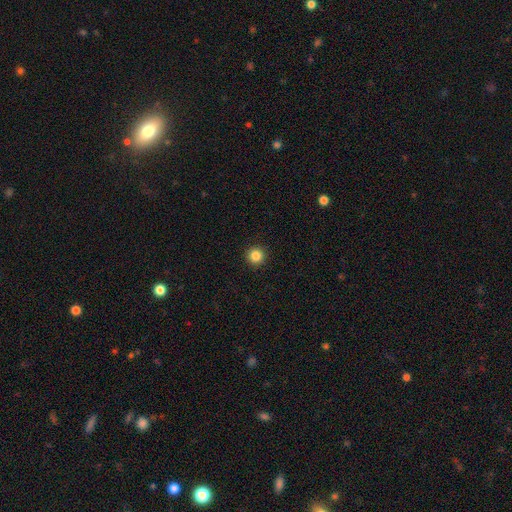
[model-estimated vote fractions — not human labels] Smooth or featured? smooth (85%)
How rounded? round (96%)
Merging? none (93%)